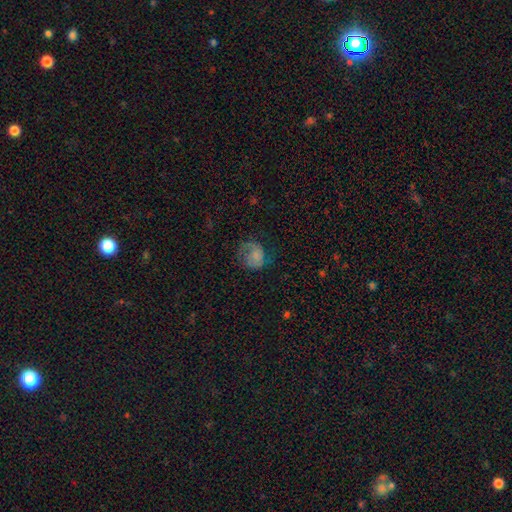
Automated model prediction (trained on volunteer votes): Morphology: type=smooth (48%); merging=none (48%).